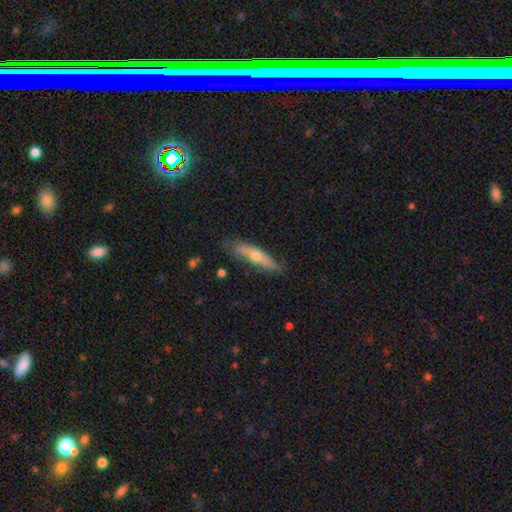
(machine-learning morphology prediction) Smooth or featured?
  - featured or disk: 49% *
  - smooth: 45%
  - star or artifact: 6%
Merging?
  - none: 72% *
  - minor disturbance: 22%
  - major disturbance: 4%
  - merger: 2%